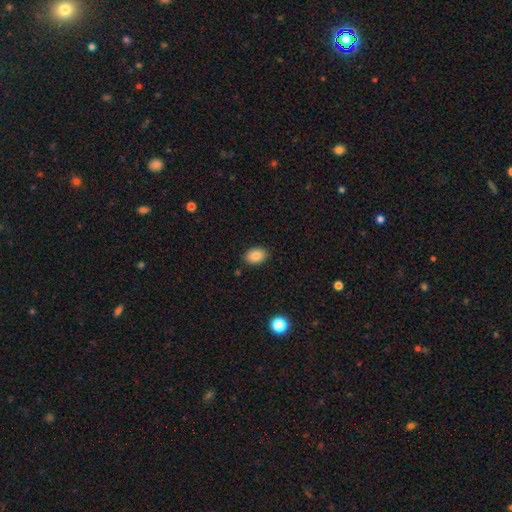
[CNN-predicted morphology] smooth 85%, star or artifact 8%, featured or disk 7%. Down the decision tree: how rounded — in between (78%); merging — none (88%).